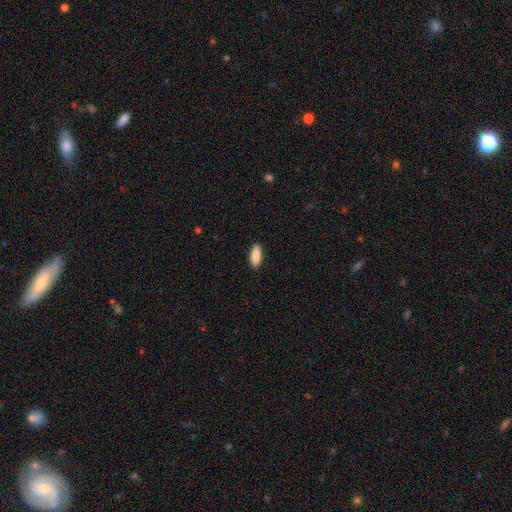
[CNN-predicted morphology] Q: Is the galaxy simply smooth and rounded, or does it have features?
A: smooth — 88%.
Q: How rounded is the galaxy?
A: in between — 75%.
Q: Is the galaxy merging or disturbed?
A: none — 89%.